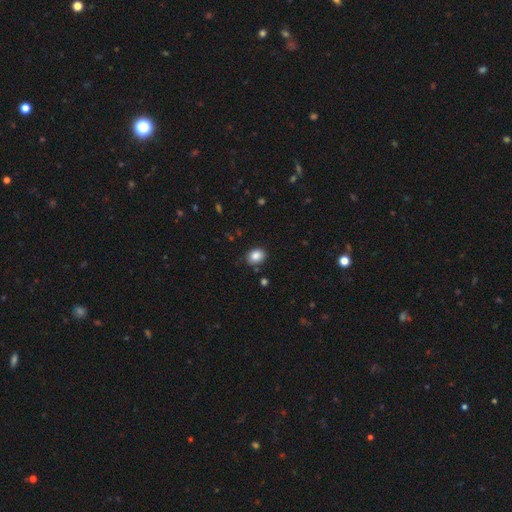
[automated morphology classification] Overall: smooth (86%). How rounded: in between (54%; round 45%). Merging: none (84%).